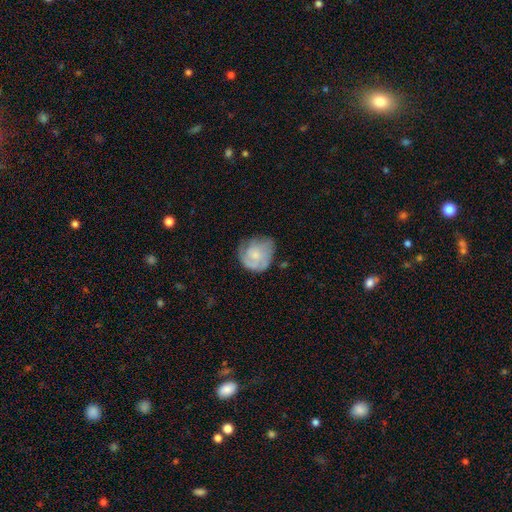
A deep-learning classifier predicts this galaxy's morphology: This appears to be a featured or disk galaxy (51%) with no bar (79%), spiral arms (74%) and a small central bulge (47%). Merging: none (57%).